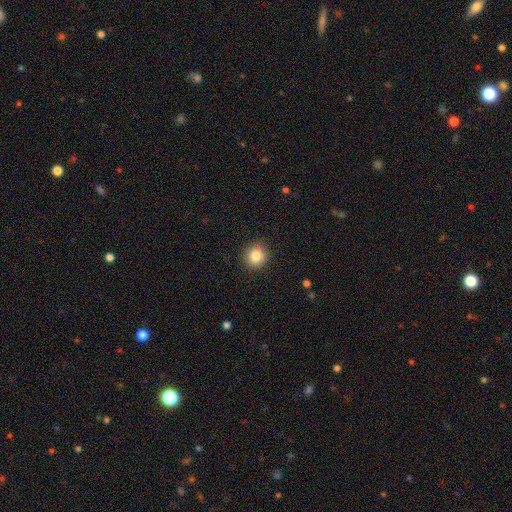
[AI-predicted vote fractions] Morphology: type=smooth (83%); roundness=round (93%); merging=none (90%).